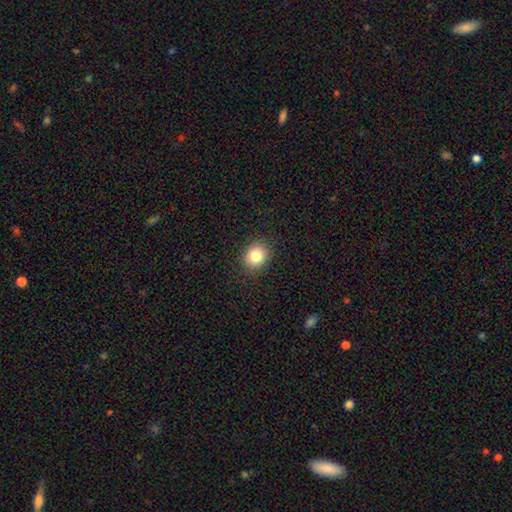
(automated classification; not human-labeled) This appears to be a smooth galaxy with no disk features (82%) that is round (70%). Merging: none (89%).